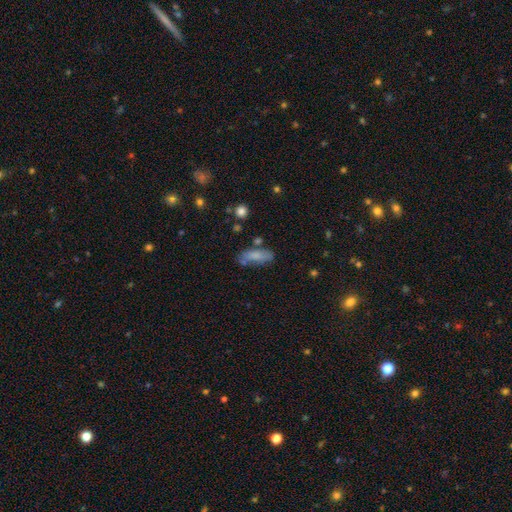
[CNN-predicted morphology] This is likely a smooth galaxy (76%). How rounded: possibly in between (54%). Merging: likely none (62%).